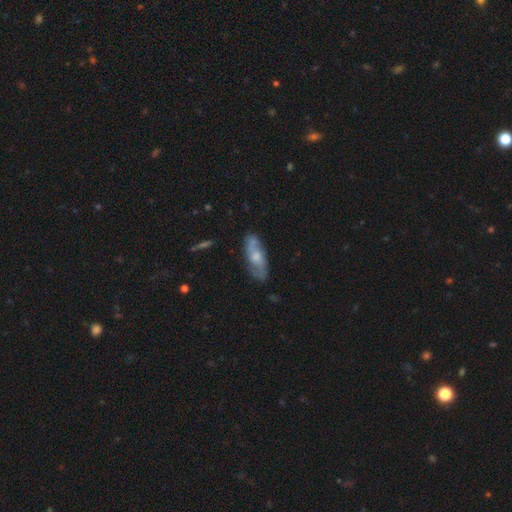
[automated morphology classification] Smooth or featured?
  - featured or disk: 56% *
  - smooth: 38%
  - star or artifact: 6%
Edge-on disk?
  - no: 80% *
  - yes: 20%
Merging?
  - none: 75% *
  - minor disturbance: 18%
  - major disturbance: 4%
  - merger: 3%